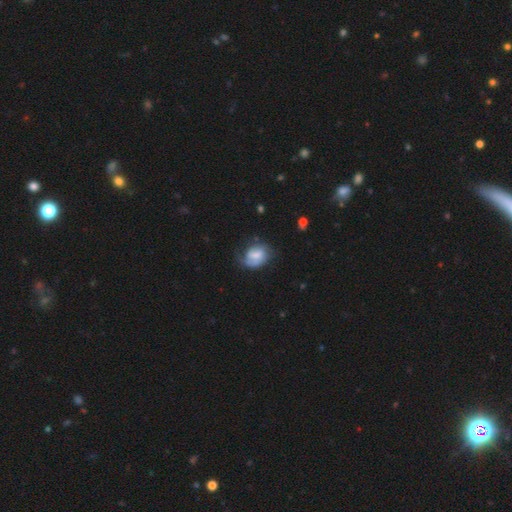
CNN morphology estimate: A smooth galaxy with no disk features (46%, tied with featured or disk). Merging: none (49%).